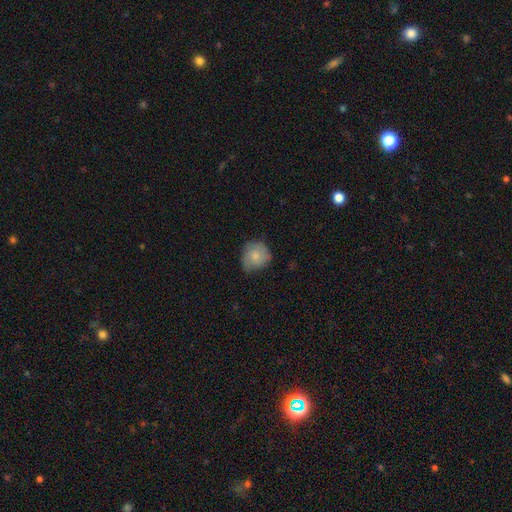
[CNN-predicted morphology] Smooth or featured? smooth (76%)
How rounded? round (84%)
Merging? none (59%)